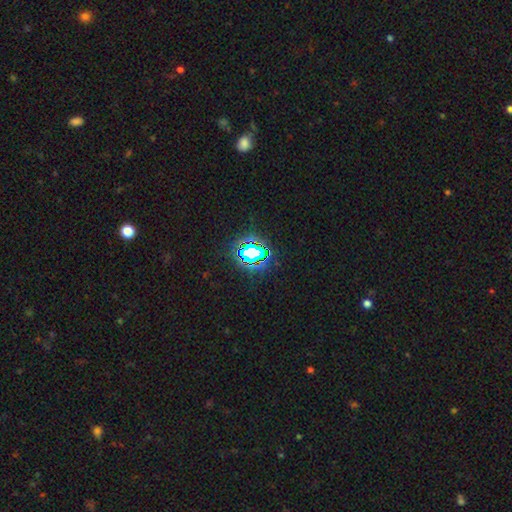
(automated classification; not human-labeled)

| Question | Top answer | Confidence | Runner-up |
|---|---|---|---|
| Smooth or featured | star or artifact | 70% | smooth (18%) |